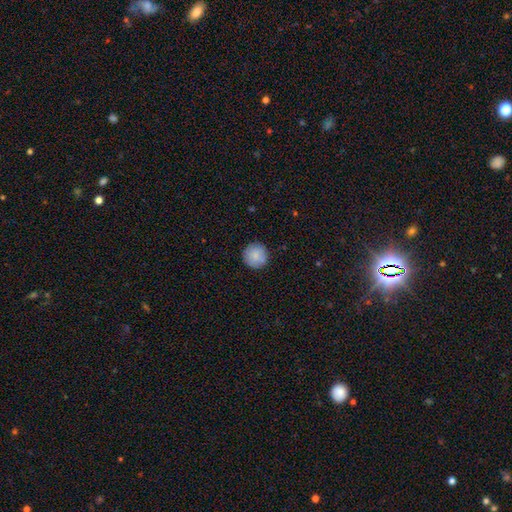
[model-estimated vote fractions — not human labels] This is clearly a smooth galaxy (84%). How rounded: clearly round (96%). Merging: clearly none (87%).